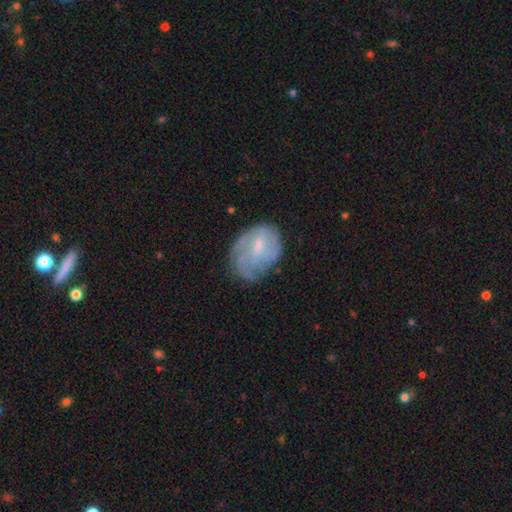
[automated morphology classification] type=featured or disk (56%); edge-on=no (97%); bar=weak (49%); spiral arms=yes (67%); bulge=small (53%); merging=none (53%).